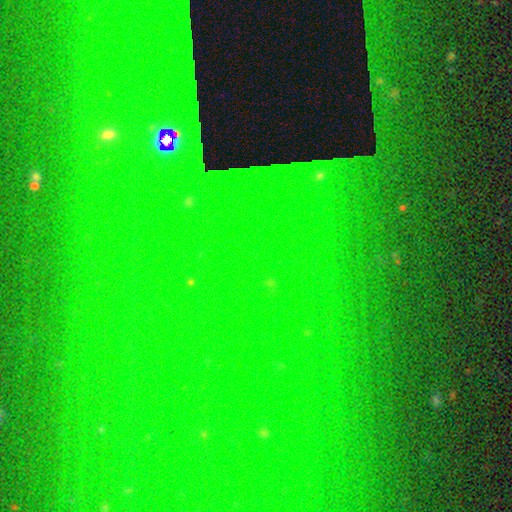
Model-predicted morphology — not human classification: This appears to be a star or artifact, not a galaxy (81%).